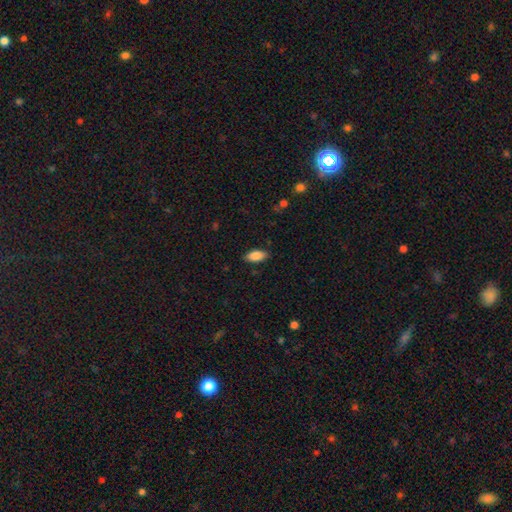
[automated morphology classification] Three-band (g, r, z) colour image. It shows a smooth galaxy with no disk features (86%) that is in between round and cigar-shaped (89%). Merging: none (87%).